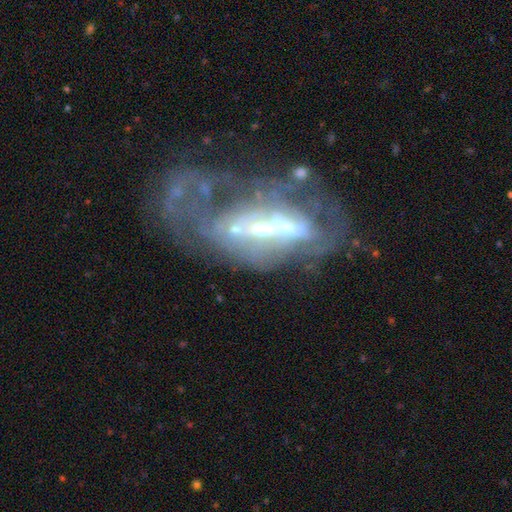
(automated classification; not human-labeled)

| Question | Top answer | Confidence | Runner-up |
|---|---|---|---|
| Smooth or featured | featured or disk | 73% | smooth (14%) |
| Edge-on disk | no | 86% | yes (14%) |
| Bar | no | 44% | strong (30%) |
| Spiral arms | no | 60% | yes (40%) |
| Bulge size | small | 45% | moderate (39%) |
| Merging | major disturbance | 44% | merger (21%) |